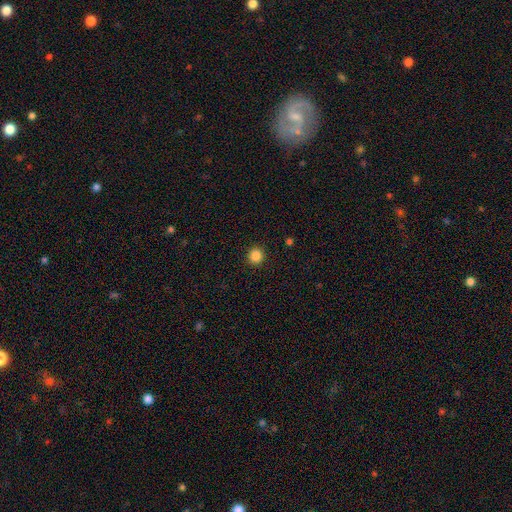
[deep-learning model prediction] smooth-or-featured: smooth: 86% | star or artifact: 11% | featured or disk: 3%
  how-rounded: round: 94% | in between: 5% | cigar-shaped: 1%
  merging: none: 93% | minor disturbance: 5% | major disturbance: 2% | merger: 1%